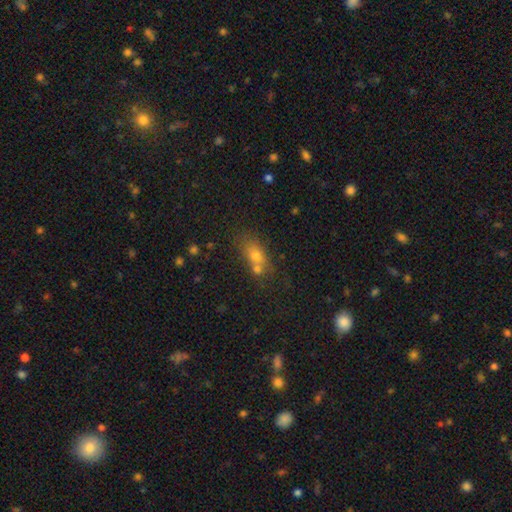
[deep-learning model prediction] Overall: smooth (67%). How rounded: in between (62%; round 30%). Merging: none (43%; merger 39%).